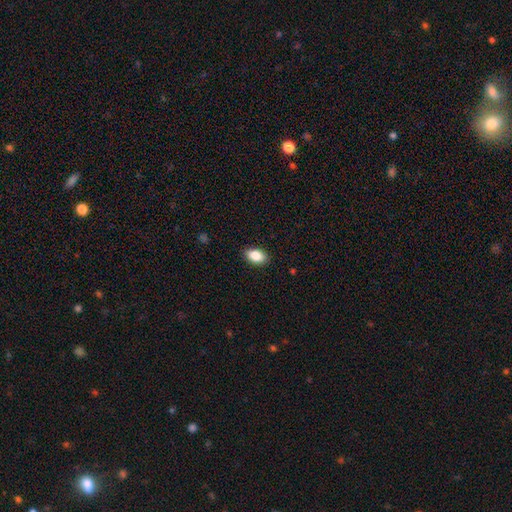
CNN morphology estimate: Smooth or featured? smooth (87%)
How rounded? in between (89%)
Merging? none (88%)